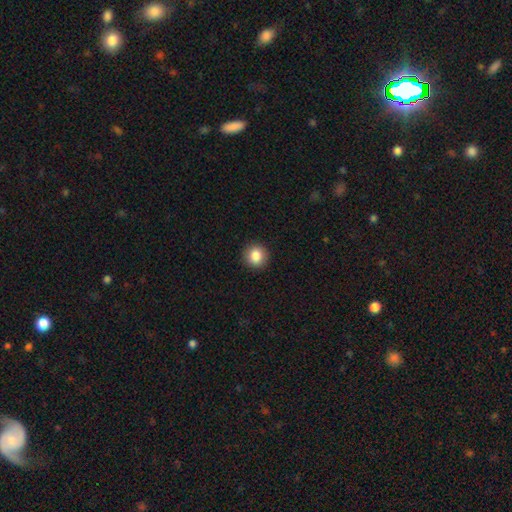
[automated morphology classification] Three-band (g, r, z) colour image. It shows a smooth galaxy with no disk features (86%) that is round (93%). Merging: none (92%).